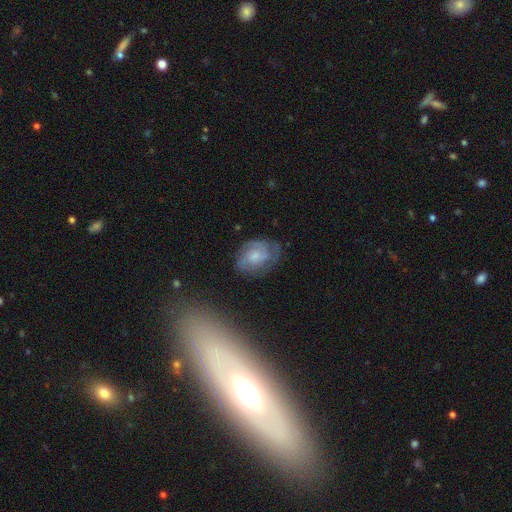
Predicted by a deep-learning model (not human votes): This is likely a featured or disk galaxy (64%). It is clearly not viewed edge-on (97%). Bar: likely no (65%). Spiral arm pattern: clearly yes (89%). Spiral arm count: marginally 2 (40%). Spiral winding: possibly tight (50%). Central bulge: marginally small (39%). Merging: likely none (67%).